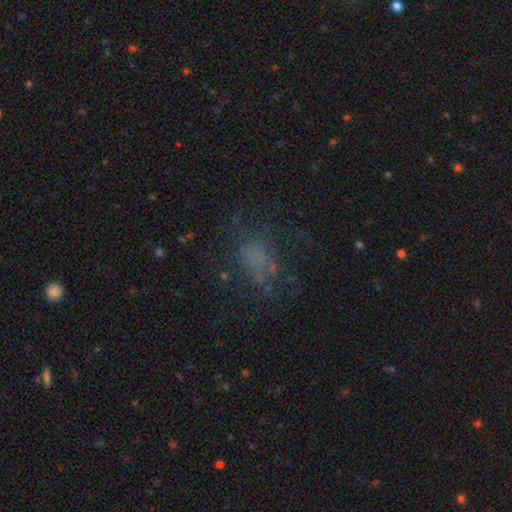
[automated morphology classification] This is possibly a smooth galaxy (51%). How rounded: likely in between (70%). Merging: possibly none (53%).